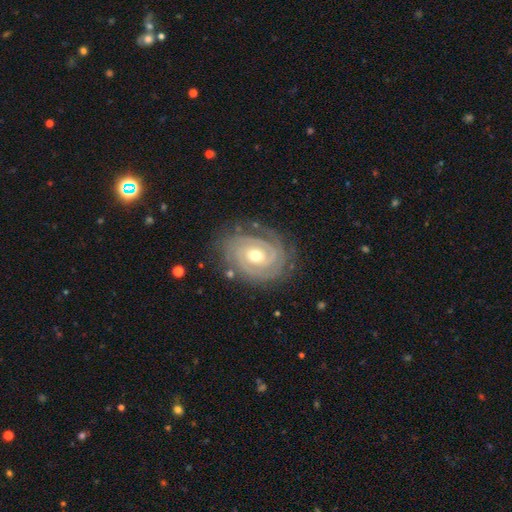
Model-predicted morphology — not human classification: Smooth or featured? Predicted: featured or disk (p=0.91). Edge-on disk? Predicted: no (p=0.97). Bar? Predicted: no (p=0.51). Spiral arms? Predicted: yes (p=0.98). Spiral winding? Predicted: tight (p=0.83). Spiral arm count? Predicted: 2 (p=0.48). Bulge size? Predicted: moderate (p=0.64). Merging? Predicted: none (p=0.79).